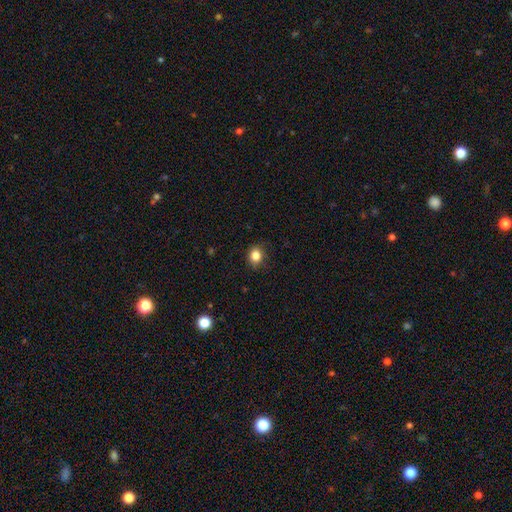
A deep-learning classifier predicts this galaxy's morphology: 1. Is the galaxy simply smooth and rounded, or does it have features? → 84% smooth, 11% star or artifact, 5% featured or disk.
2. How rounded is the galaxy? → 67% round, 32% in between, 1% cigar-shaped.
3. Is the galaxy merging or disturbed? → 86% none, 10% minor disturbance, 2% major disturbance, 1% merger.